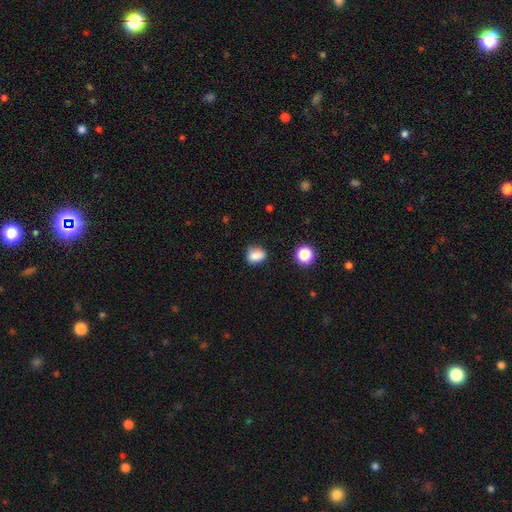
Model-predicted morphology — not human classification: This is clearly a smooth galaxy (82%). How rounded: possibly in between (54%). Merging: likely none (67%).